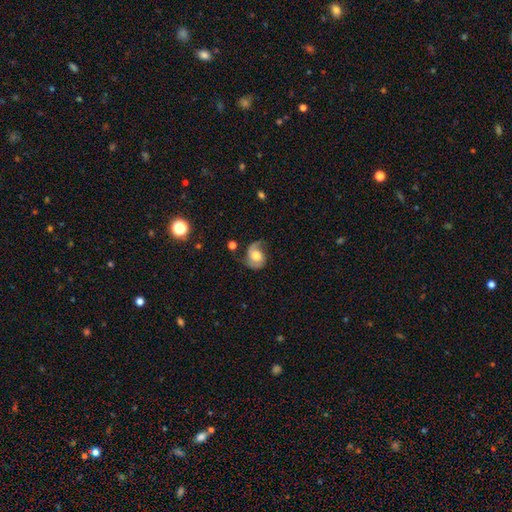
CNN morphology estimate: type=featured or disk (62%); edge-on=no (97%); bar=no (68%); spiral arms=yes (90%); winding=medium (43%); arm count=2 (71%); bulge=moderate (51%); merging=none (52%).